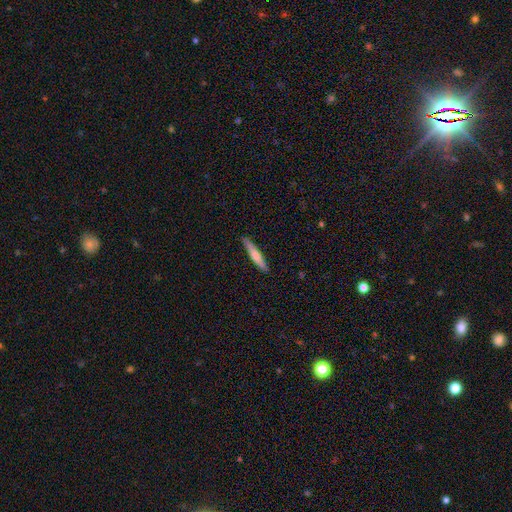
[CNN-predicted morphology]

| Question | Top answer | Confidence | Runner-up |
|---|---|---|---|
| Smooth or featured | smooth | 62% | featured or disk (33%) |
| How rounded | cigar-shaped | 92% | in between (7%) |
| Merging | none | 90% | minor disturbance (8%) |